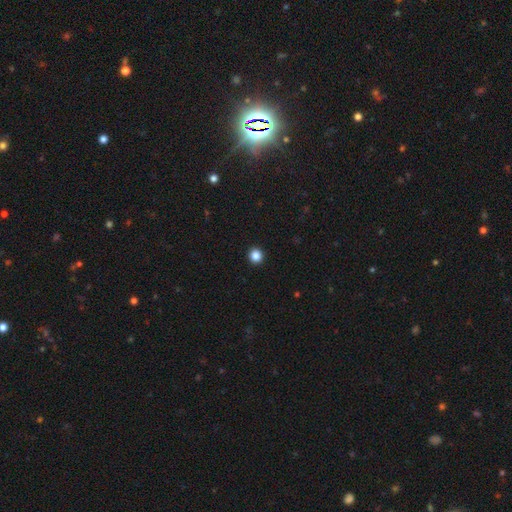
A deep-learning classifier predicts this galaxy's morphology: This appears to be a smooth galaxy with no disk features (86%) that is round (94%). Merging: none (94%).